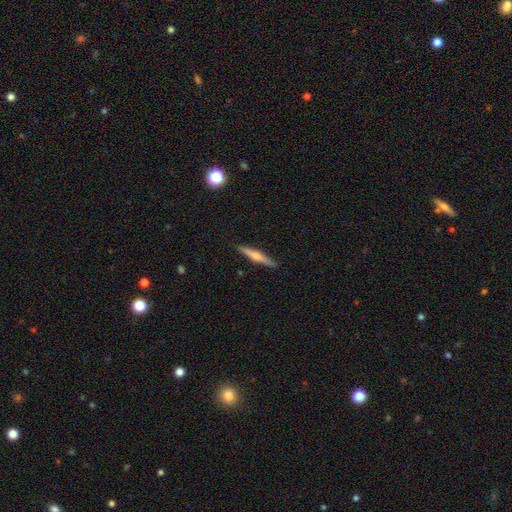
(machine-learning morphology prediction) smooth_or_featured: featured or disk (p=0.67) [alt: smooth p=0.27]
disk_edge_on: yes (p=0.98) [alt: no p=0.02]
edge_on_bulge: rounded (p=0.88) [alt: none p=0.07]
merging: none (p=0.91) [alt: minor disturbance p=0.06]